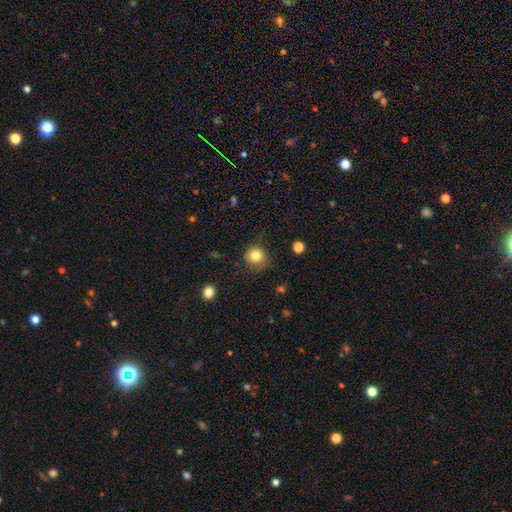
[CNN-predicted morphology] This appears to be a smooth galaxy with no disk features (81%) that is round (90%). Merging: none (79%).